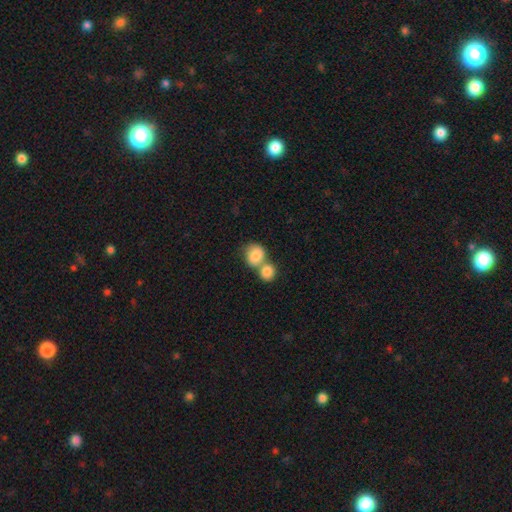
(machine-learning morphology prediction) smooth-or-featured: smooth: 83% | featured or disk: 10% | star or artifact: 7%
  how-rounded: round: 60% | in between: 38% | cigar-shaped: 1%
  merging: merger: 64% | none: 26% | minor disturbance: 7% | major disturbance: 3%